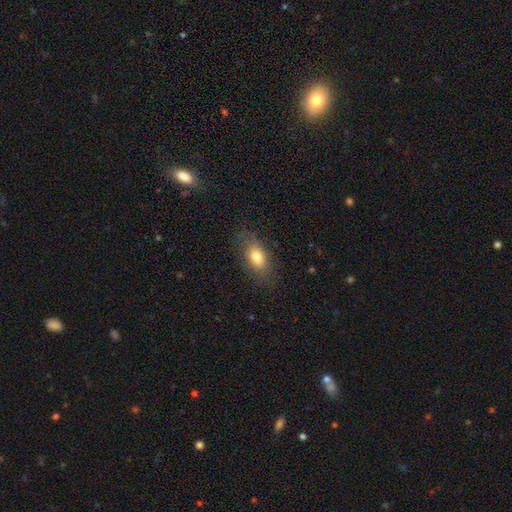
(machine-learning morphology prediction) The model was most divided on "smooth or featured": smooth: 75%, featured or disk: 16%, star or artifact: 9%. More confident: how rounded — in between (85%); merging — none (77%).